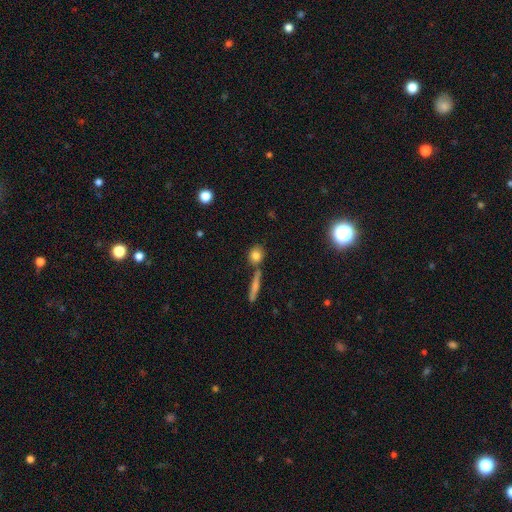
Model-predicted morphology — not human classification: A smooth galaxy with no disk features (79%) that is round (69%). Merging: none (68%).